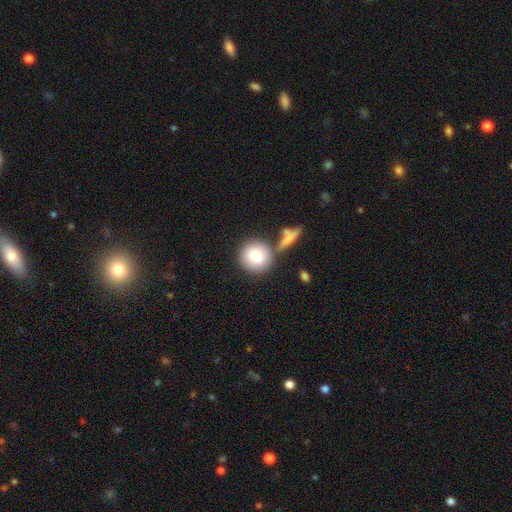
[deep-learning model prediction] Smooth or featured? Predicted: smooth (p=0.79). How rounded? Predicted: round (p=0.90). Merging? Predicted: none (p=0.70).